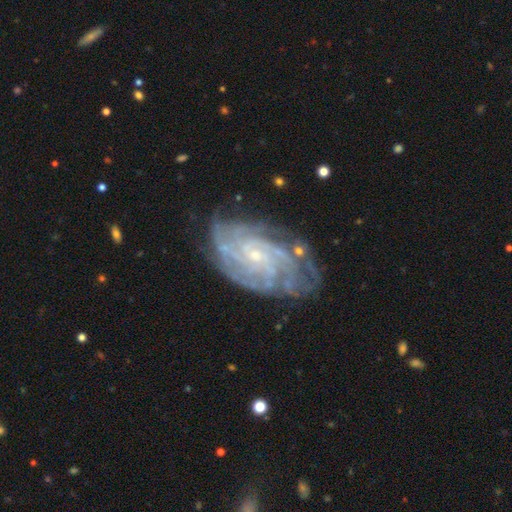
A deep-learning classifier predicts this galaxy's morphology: type=featured or disk (89%); edge-on=no (97%); bar=no (63%); spiral arms=yes (97%); winding=tight (73%); arm count=4 (27%, tied with can't tell); bulge=small (82%); merging=none (71%).